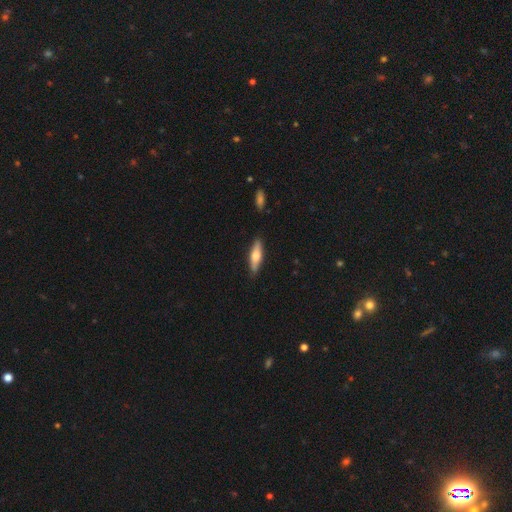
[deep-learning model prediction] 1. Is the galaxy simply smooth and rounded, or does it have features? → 55% smooth, 40% featured or disk, 6% star or artifact.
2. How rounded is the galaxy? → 62% cigar-shaped, 36% in between, 2% round.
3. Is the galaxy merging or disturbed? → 87% none, 10% minor disturbance, 2% major disturbance, 1% merger.